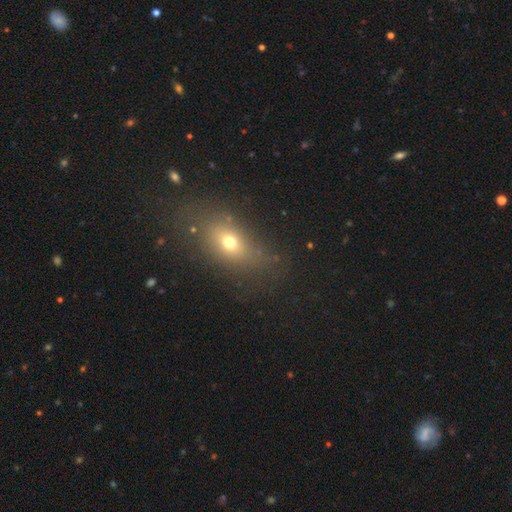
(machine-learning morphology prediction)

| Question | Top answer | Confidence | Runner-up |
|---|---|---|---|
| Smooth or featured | smooth | 55% | star or artifact (25%) |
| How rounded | in between | 68% | round (21%) |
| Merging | none | 68% | minor disturbance (19%) |